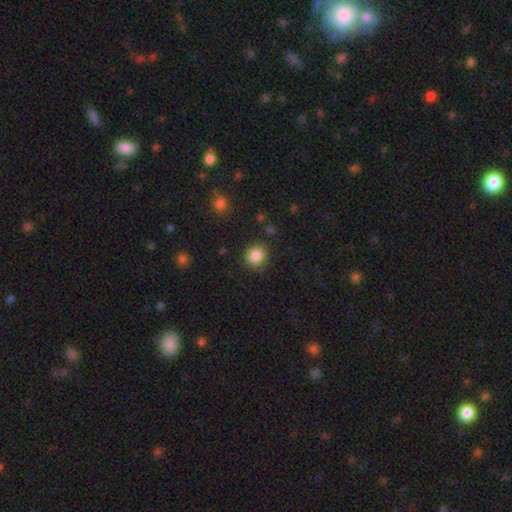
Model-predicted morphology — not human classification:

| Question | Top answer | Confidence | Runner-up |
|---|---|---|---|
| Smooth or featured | smooth | 86% | star or artifact (9%) |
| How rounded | round | 86% | in between (13%) |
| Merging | none | 82% | minor disturbance (12%) |